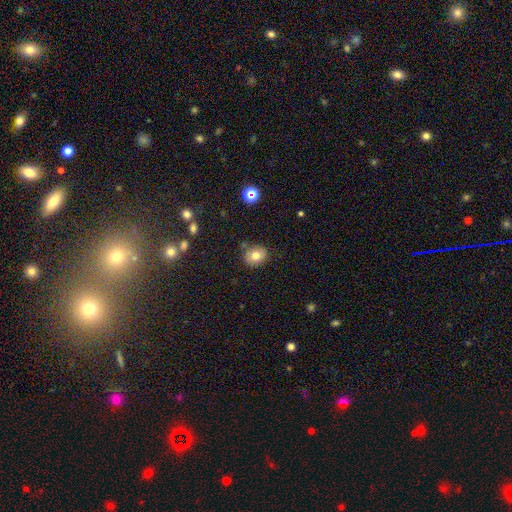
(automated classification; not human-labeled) smooth-or-featured: smooth: 76% | featured or disk: 13% | star or artifact: 11%
  how-rounded: round: 63% | in between: 37% | cigar-shaped: 1%
  merging: none: 81% | minor disturbance: 13% | merger: 4% | major disturbance: 3%